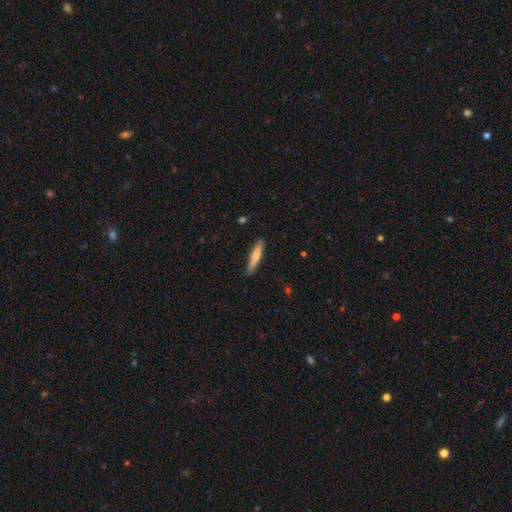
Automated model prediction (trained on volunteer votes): Smooth or featured?
  - smooth: 72% *
  - featured or disk: 23%
  - star or artifact: 5%
How rounded?
  - cigar-shaped: 90% *
  - in between: 9%
  - round: 1%
Merging?
  - none: 85% *
  - minor disturbance: 12%
  - major disturbance: 2%
  - merger: 1%